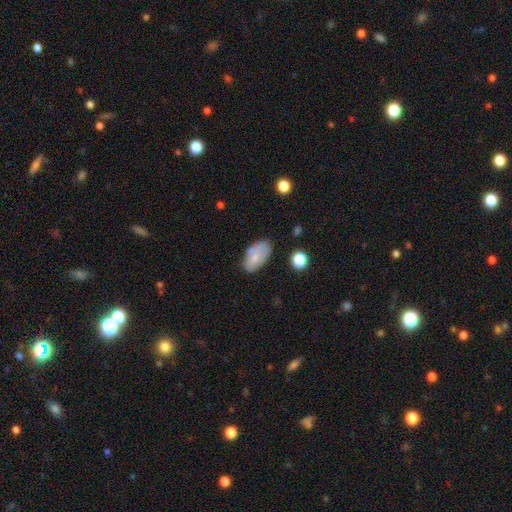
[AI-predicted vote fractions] smooth-or-featured: smooth: 73% | featured or disk: 19% | star or artifact: 8%
  how-rounded: in between: 93% | round: 5% | cigar-shaped: 2%
  merging: none: 60% | minor disturbance: 25% | merger: 8% | major disturbance: 7%